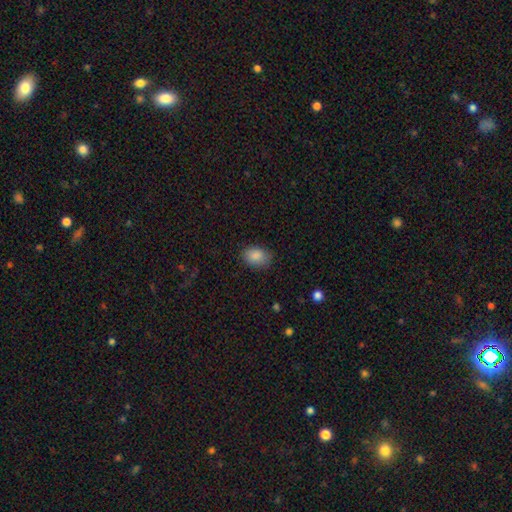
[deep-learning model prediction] smooth_or_featured: smooth (p=0.87) [alt: star or artifact p=0.08]
how_rounded: in between (p=0.79) [alt: round p=0.20]
merging: none (p=0.81) [alt: minor disturbance p=0.15]